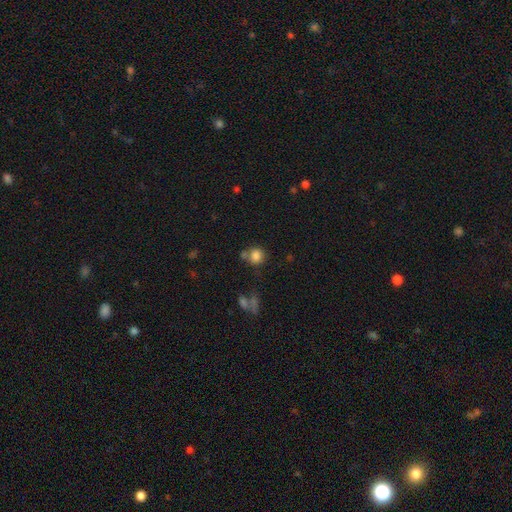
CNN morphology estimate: smooth 82%, star or artifact 11%, featured or disk 7%. Down the decision tree: how rounded — round (83%); merging — none (63%).